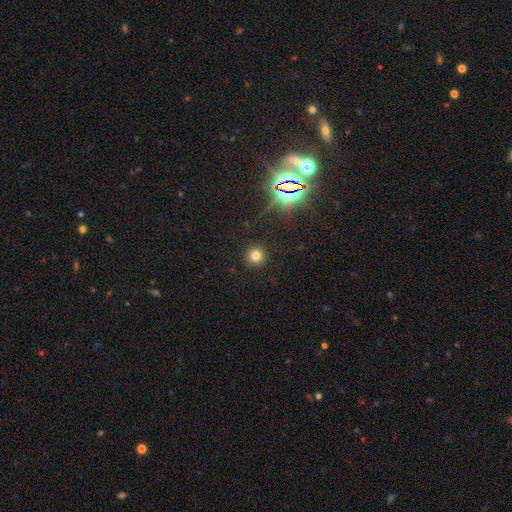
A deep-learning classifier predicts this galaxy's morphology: Smooth or featured? smooth (74%)
How rounded? round (95%)
Merging? none (91%)